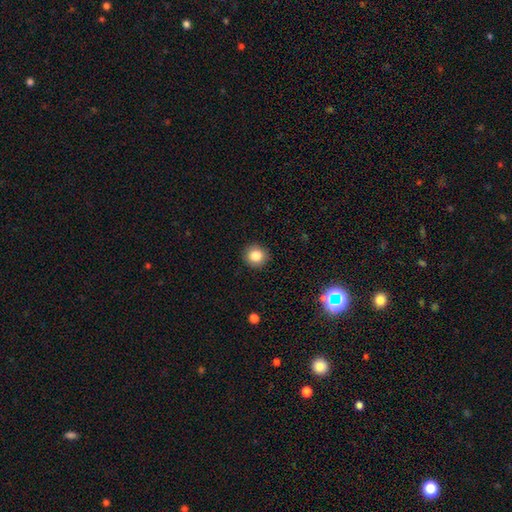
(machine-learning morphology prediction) This appears to be a smooth galaxy with no disk features (84%) that is round (91%). Merging: none (91%).